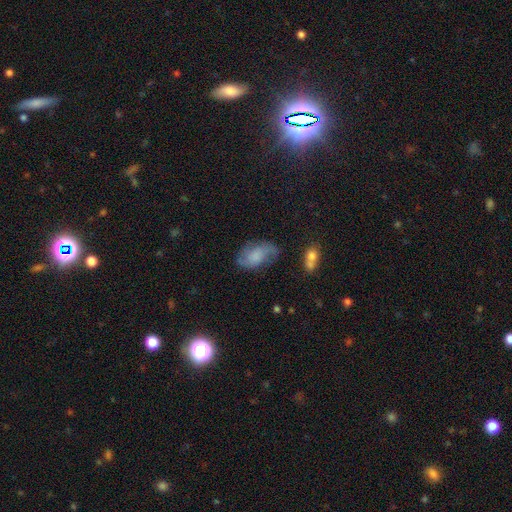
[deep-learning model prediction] Smooth or featured?
  - featured or disk: 53% *
  - smooth: 38%
  - star or artifact: 9%
Edge-on disk?
  - no: 95% *
  - yes: 5%
Bar?
  - no: 62% *
  - weak: 32%
  - strong: 6%
Spiral arms?
  - yes: 86% *
  - no: 14%
Bulge size?
  - none: 40% *
  - moderate: 20%
  - large: 19%
  - small: 18%
  - dominant: 3%
Merging?
  - none: 62% *
  - minor disturbance: 24%
  - major disturbance: 11%
  - merger: 3%